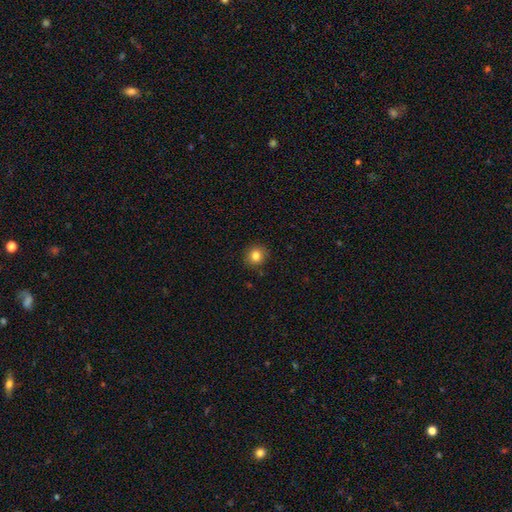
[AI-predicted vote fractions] Overall: smooth (82%). How rounded: round (87%). Merging: none (90%).